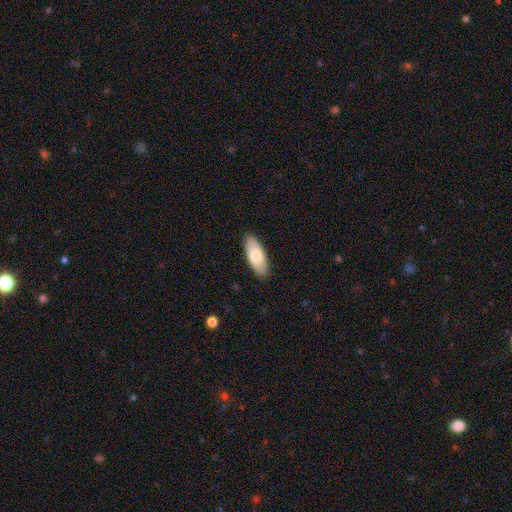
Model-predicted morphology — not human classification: Smooth or featured: smooth — 74% (featured or disk — 20%)
How rounded: in between — 82% (cigar-shaped — 16%)
Merging: none — 89% (minor disturbance — 8%)